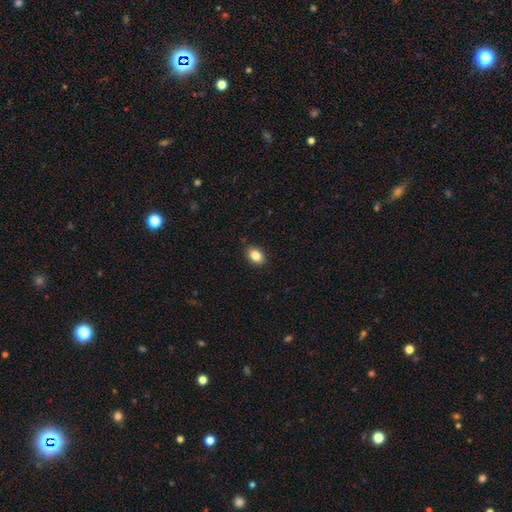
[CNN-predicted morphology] smooth-or-featured: smooth: 86% | star or artifact: 9% | featured or disk: 5%
  how-rounded: in between: 76% | round: 23% | cigar-shaped: 1%
  merging: none: 89% | minor disturbance: 8% | major disturbance: 2% | merger: 1%